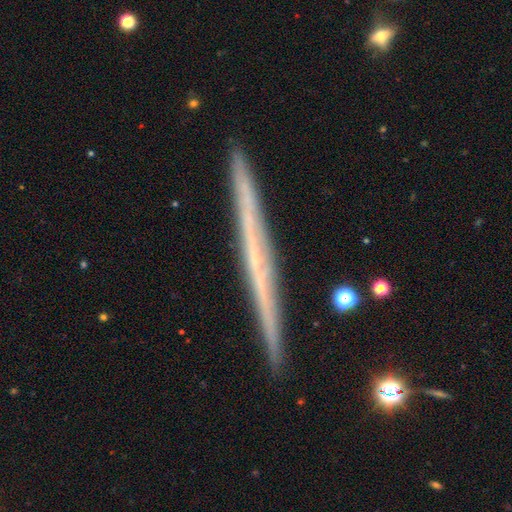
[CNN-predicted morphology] A featured or disk galaxy (68%) viewed edge-on (98%) with no central bulge (86%). Merging: none (91%).